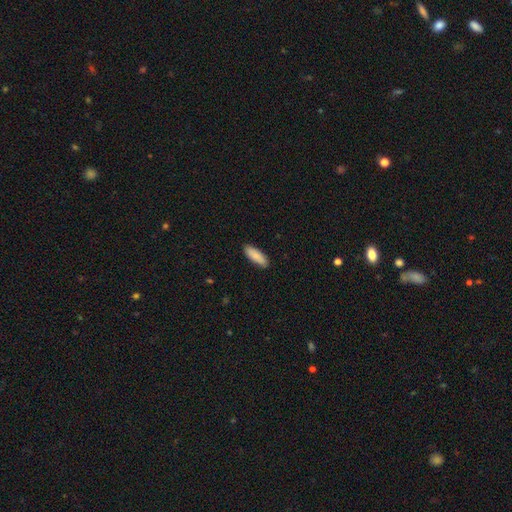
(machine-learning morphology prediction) The model was most divided on "how rounded": in between: 64%, cigar-shaped: 34%, round: 2%. More confident: merging — none (88%); smooth or featured — smooth (83%).